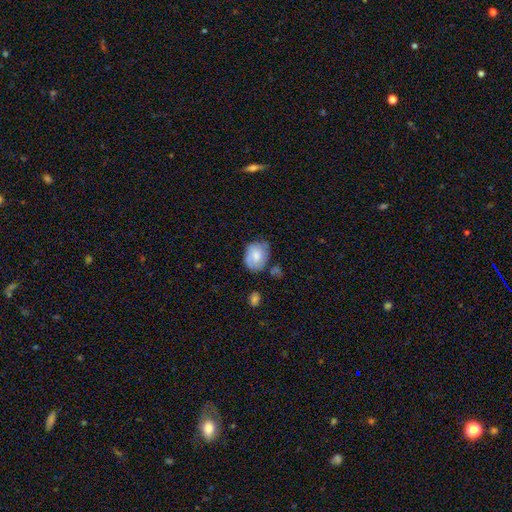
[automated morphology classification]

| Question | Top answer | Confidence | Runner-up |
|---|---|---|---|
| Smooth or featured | smooth | 71% | featured or disk (22%) |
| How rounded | in between | 53% | round (46%) |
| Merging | none | 57% | minor disturbance (30%) |